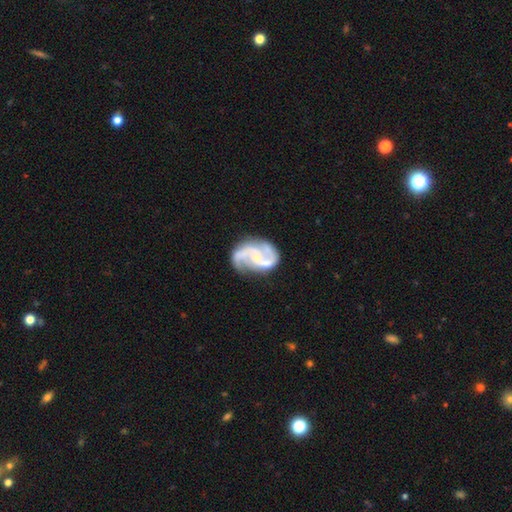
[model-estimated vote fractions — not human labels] smooth_or_featured: featured or disk (p=0.89) [alt: smooth p=0.06]
disk_edge_on: no (p=0.98) [alt: yes p=0.02]
bar: no (p=0.46) [alt: weak p=0.40]
has_spiral_arms: yes (p=0.97) [alt: no p=0.03]
spiral_winding: medium (p=0.53) [alt: loose p=0.31]
spiral_arm_count: 2 (p=0.82) [alt: 3 p=0.09]
bulge_size: small (p=0.53) [alt: moderate p=0.26]
merging: none (p=0.62) [alt: minor disturbance p=0.21]